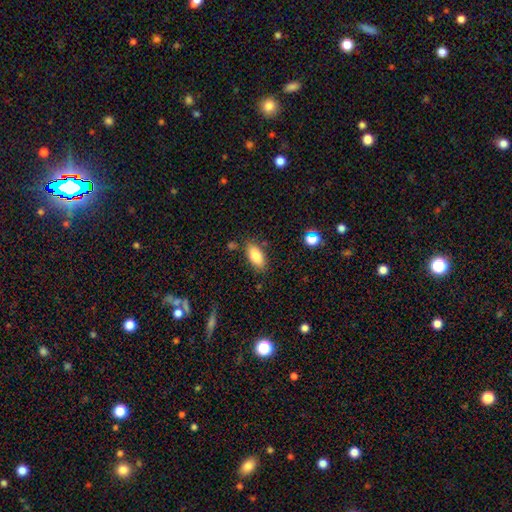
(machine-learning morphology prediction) Overall: smooth (82%). How rounded: in between (89%). Merging: none (81%).